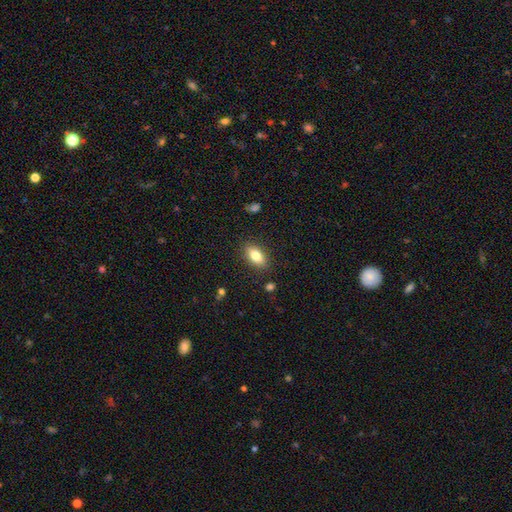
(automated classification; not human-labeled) Smooth or featured? smooth (81%)
How rounded? in between (88%)
Merging? none (87%)